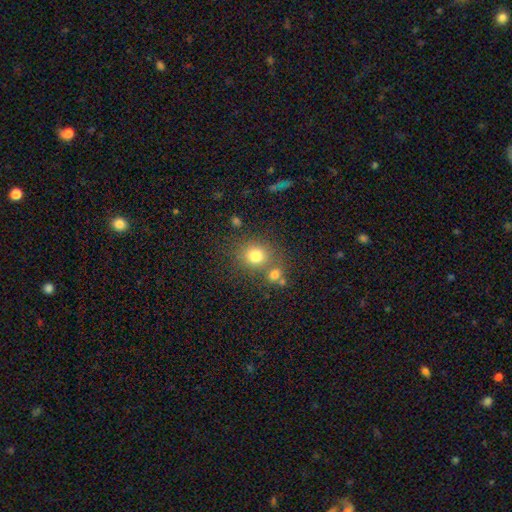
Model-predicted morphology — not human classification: smooth-or-featured: smooth: 77% | star or artifact: 14% | featured or disk: 9%
  how-rounded: round: 81% | in between: 18% | cigar-shaped: 1%
  merging: none: 66% | merger: 20% | minor disturbance: 10% | major disturbance: 4%